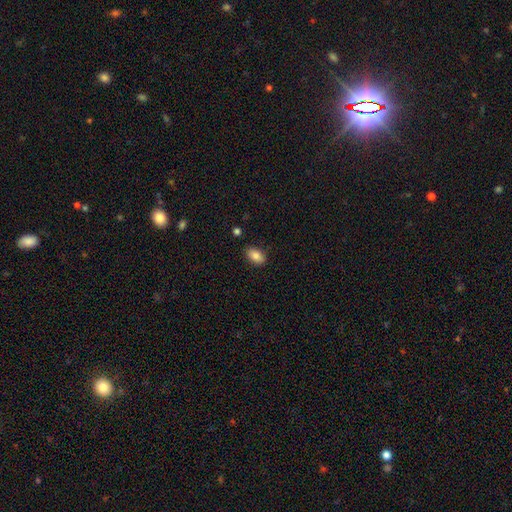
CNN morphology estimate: The model was most divided on "smooth or featured": smooth: 84%, featured or disk: 8%, star or artifact: 8%. More confident: how rounded — in between (90%); merging — none (87%).